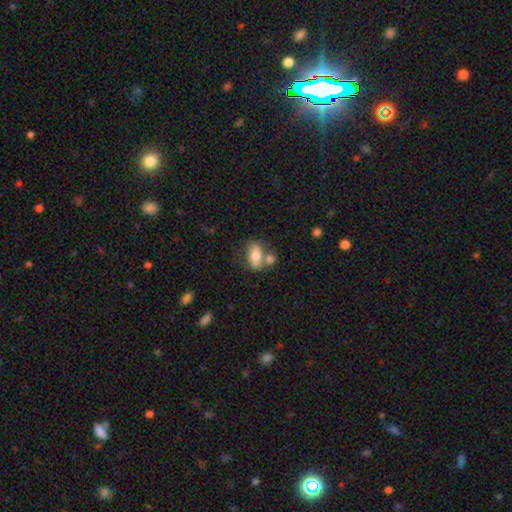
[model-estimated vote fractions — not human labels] This appears to be a smooth galaxy with no disk features (72%) that is in between round and cigar-shaped (83%). Merging: none (45%).